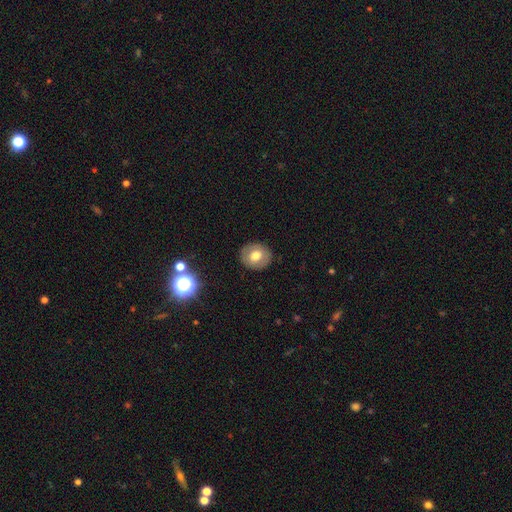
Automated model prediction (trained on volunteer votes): smooth 68%, featured or disk 23%, star or artifact 9%. Down the decision tree: how rounded — round (73%); merging — none (89%).